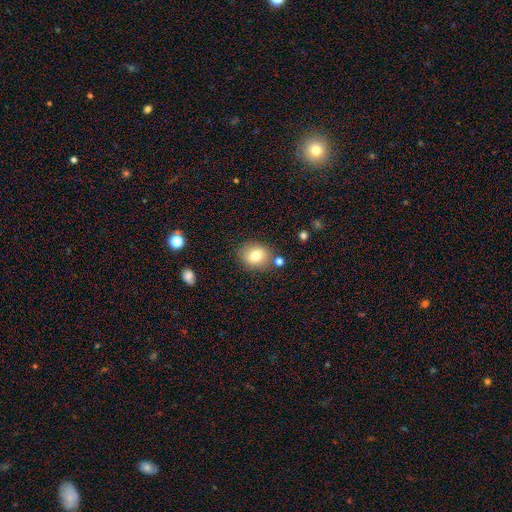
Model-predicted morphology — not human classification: This appears to be a smooth galaxy with no disk features (77%) that is round (61%). Merging: none (78%).